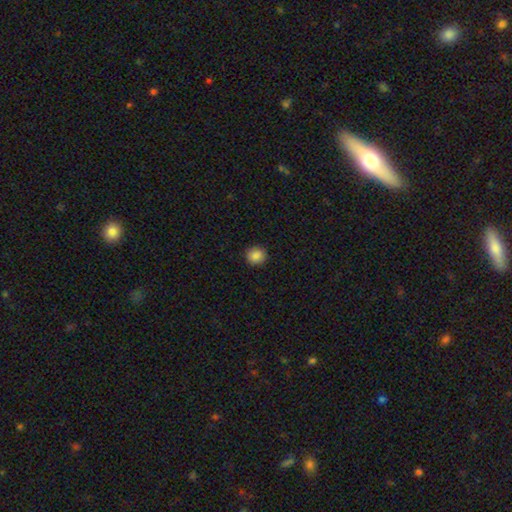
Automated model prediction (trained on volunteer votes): Smooth or featured? smooth (87%)
How rounded? round (88%)
Merging? none (92%)